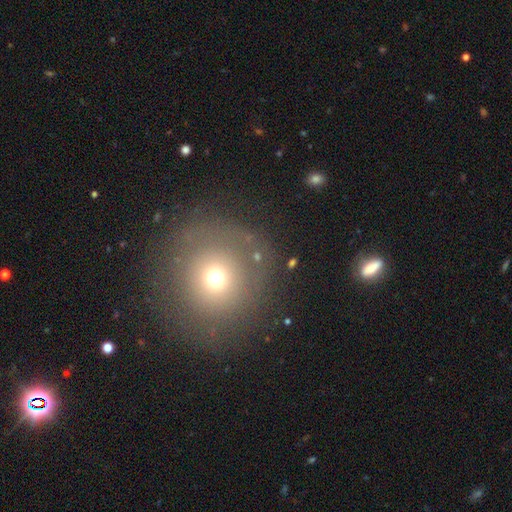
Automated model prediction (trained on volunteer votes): This appears to be a smooth galaxy with no disk features (64%) that is round (93%). Merging: none (81%).